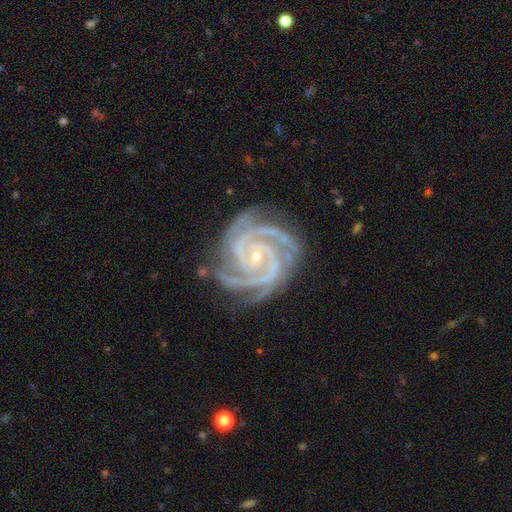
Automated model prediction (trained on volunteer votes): Smooth or featured? Predicted: featured or disk (p=0.94). Edge-on disk? Predicted: no (p=0.98). Bar? Predicted: no (p=0.61). Spiral arms? Predicted: yes (p=0.99). Spiral winding? Predicted: tight (p=0.77). Spiral arm count? Predicted: 3 (p=0.46). Bulge size? Predicted: small (p=0.85). Merging? Predicted: none (p=0.77).